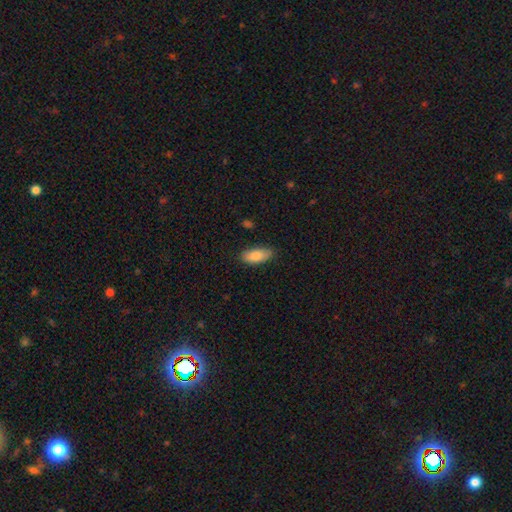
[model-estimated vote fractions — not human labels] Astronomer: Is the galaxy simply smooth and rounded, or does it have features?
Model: smooth — 85%.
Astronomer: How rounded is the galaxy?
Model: in between — 86%.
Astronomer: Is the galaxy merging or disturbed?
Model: none — 83%.